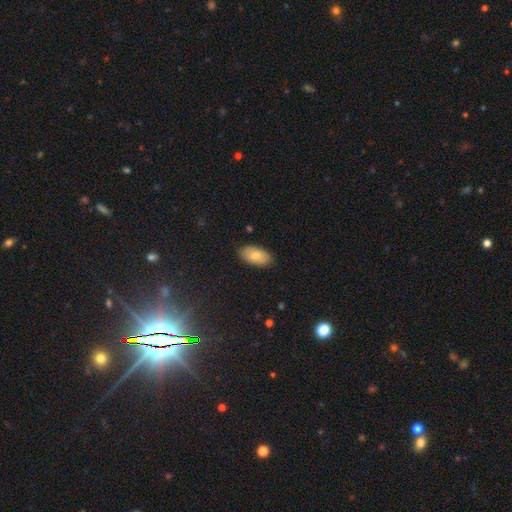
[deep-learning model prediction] smooth_or_featured: smooth (p=0.76) [alt: featured or disk p=0.17]
how_rounded: in between (p=0.94) [alt: cigar-shaped p=0.03]
merging: none (p=0.83) [alt: minor disturbance p=0.13]